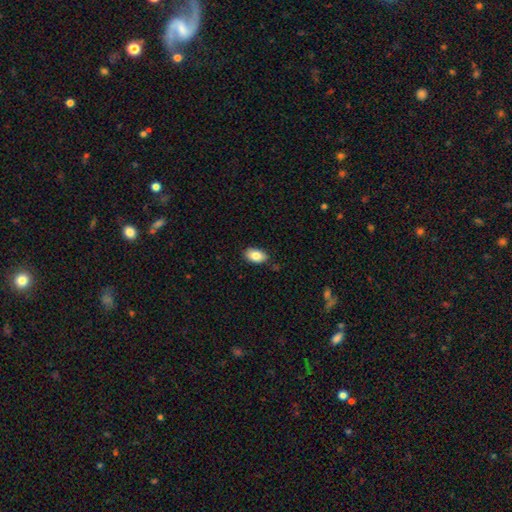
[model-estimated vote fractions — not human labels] smooth 85%, featured or disk 8%, star or artifact 7%. Down the decision tree: how rounded — in between (92%); merging — none (84%).